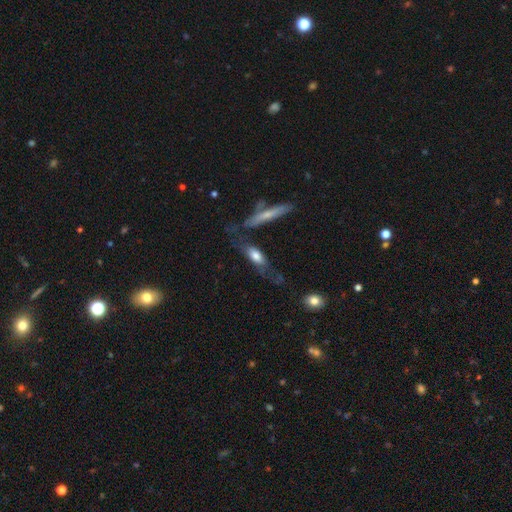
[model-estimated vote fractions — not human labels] Overall: smooth (55%; featured or disk 39%). How rounded: in between (53%; cigar-shaped 44%). Merging: none (53%; minor disturbance 22%).